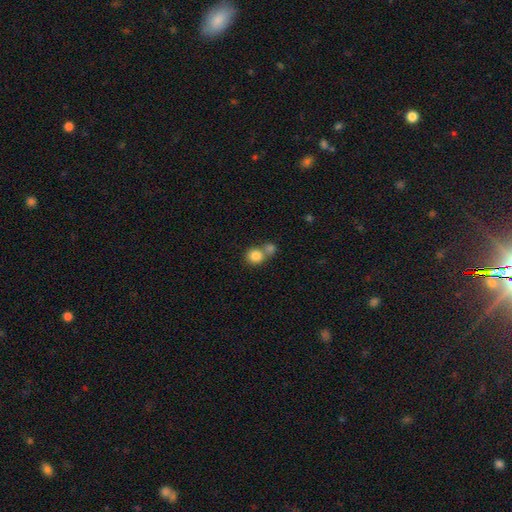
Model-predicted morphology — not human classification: The model was most divided on "merging": merger: 50%, none: 40%, minor disturbance: 7%, major disturbance: 3%. More confident: how rounded — round (84%); smooth or featured — smooth (84%).